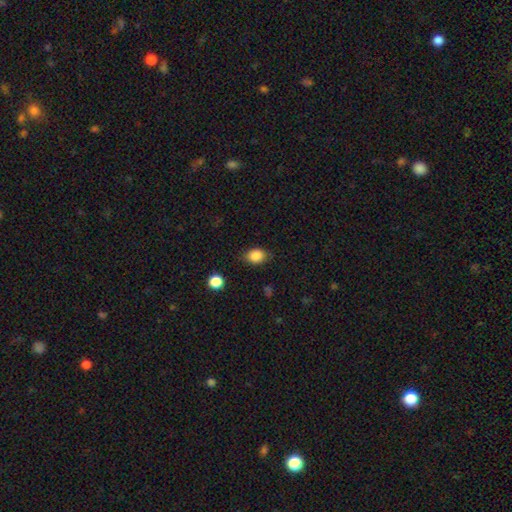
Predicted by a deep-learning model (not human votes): This is clearly a smooth galaxy (86%). How rounded: likely in between (64%). Merging: likely none (80%).